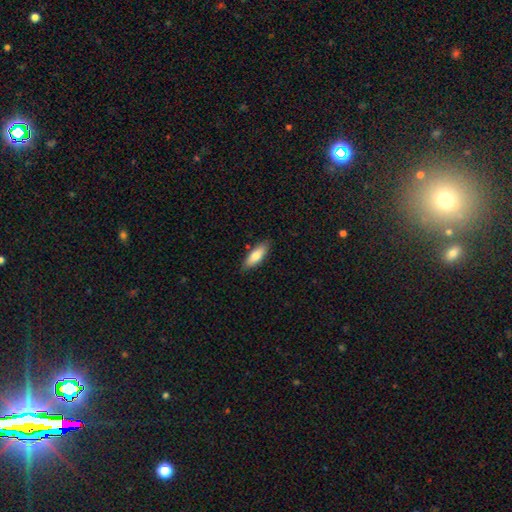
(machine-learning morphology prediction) Smooth or featured: smooth — 77% (featured or disk — 17%)
How rounded: in between — 68% (cigar-shaped — 30%)
Merging: none — 84% (minor disturbance — 12%)